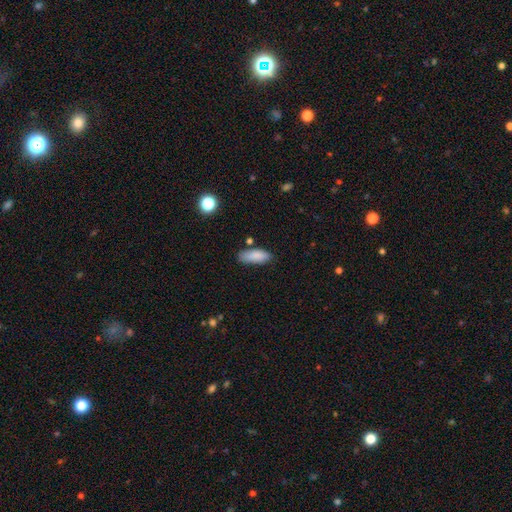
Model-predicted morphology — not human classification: smooth-or-featured: smooth: 87% | star or artifact: 7% | featured or disk: 6%
  how-rounded: in between: 74% | cigar-shaped: 24% | round: 2%
  merging: none: 77% | minor disturbance: 16% | merger: 4% | major disturbance: 3%